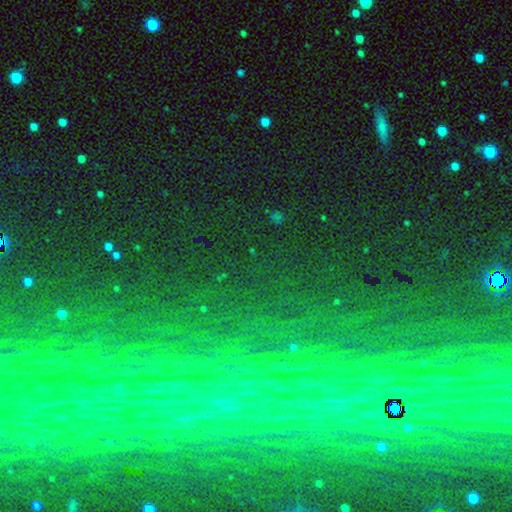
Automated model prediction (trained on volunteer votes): Q: Smooth or featured?
A: star or artifact (73%); runner-up: featured or disk (14%)